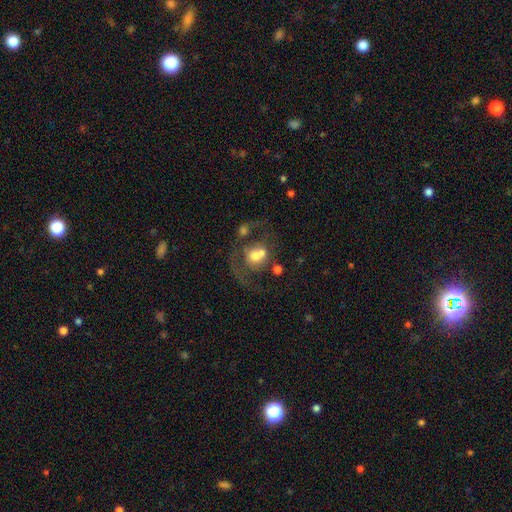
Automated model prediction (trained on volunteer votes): Morphology: type=featured or disk (46%); merging=merger (45%).